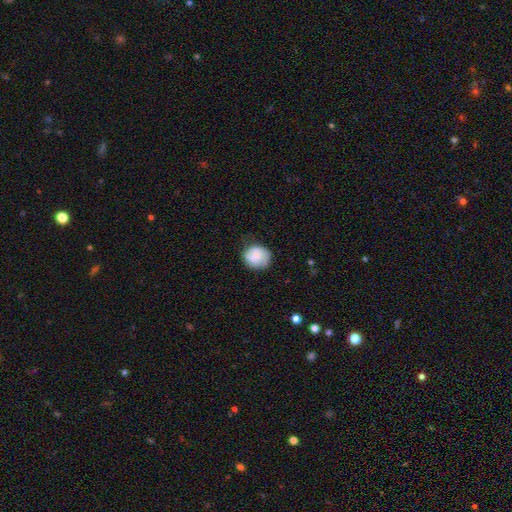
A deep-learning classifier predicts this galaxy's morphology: smooth_or_featured: smooth (p=0.70) [alt: featured or disk p=0.22]
how_rounded: round (p=0.79) [alt: in between p=0.20]
merging: none (p=0.69) [alt: minor disturbance p=0.22]